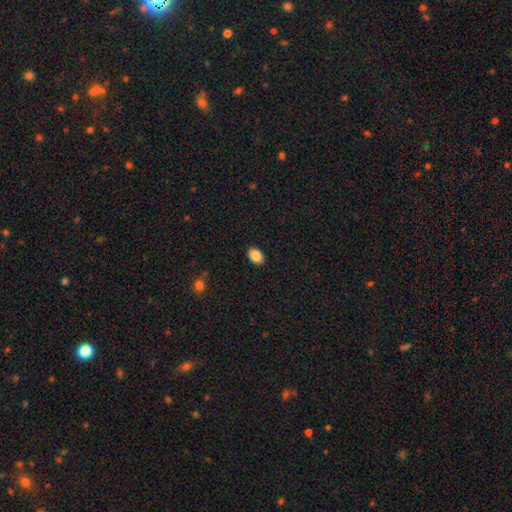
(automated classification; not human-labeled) Q: Smooth or featured?
A: smooth (87%); runner-up: star or artifact (8%)
Q: How rounded?
A: in between (82%); runner-up: round (17%)
Q: Merging?
A: none (90%); runner-up: minor disturbance (8%)